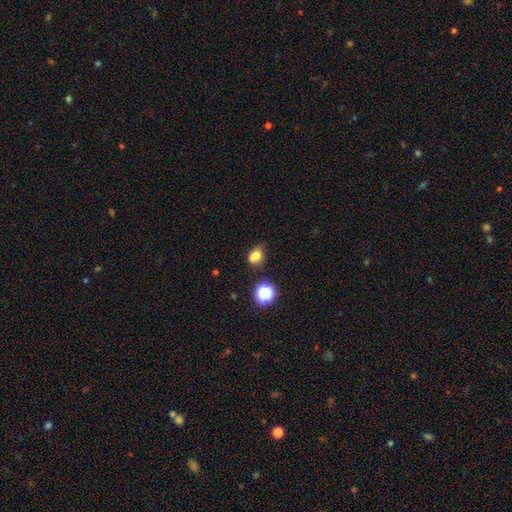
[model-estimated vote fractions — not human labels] Q: Smooth or featured?
A: smooth (72%); runner-up: star or artifact (15%)
Q: How rounded?
A: round (54%); runner-up: in between (45%)
Q: Merging?
A: none (41%); runner-up: merger (34%)